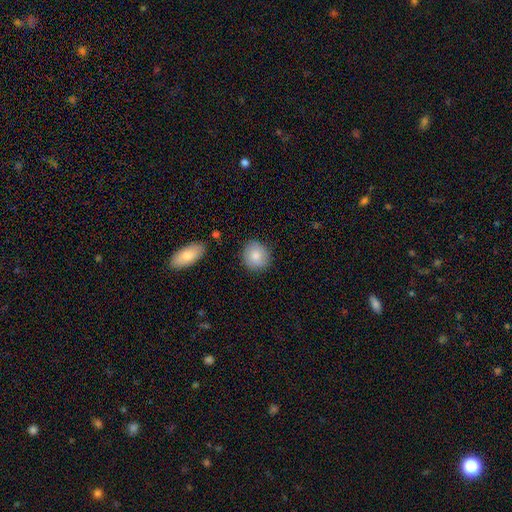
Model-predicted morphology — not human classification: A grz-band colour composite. It shows a smooth galaxy with no disk features (81%) that is round (87%). Merging: none (85%).